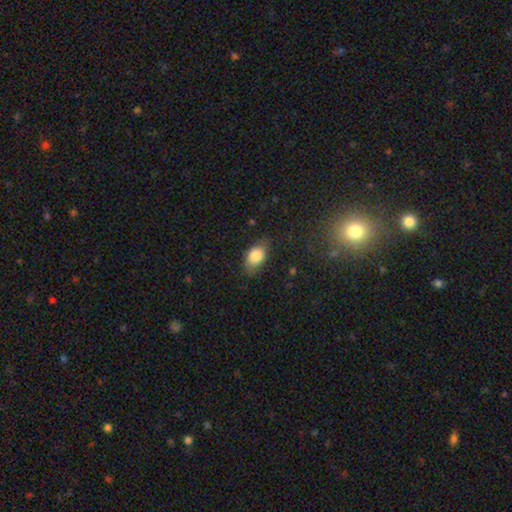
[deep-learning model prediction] Morphology: type=smooth (82%); roundness=in between (89%); merging=none (68%).